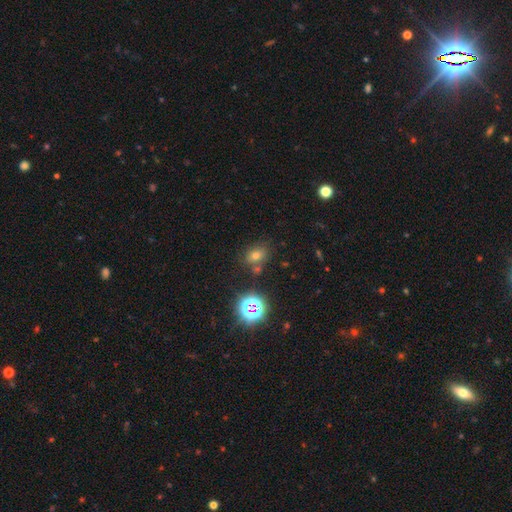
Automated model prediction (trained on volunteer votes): This appears to be a smooth galaxy with no disk features (59%) that is in between round and cigar-shaped (55%). Merging: none (70%).